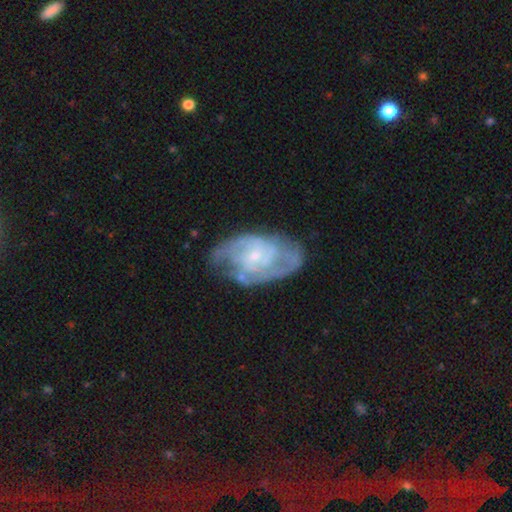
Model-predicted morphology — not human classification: smooth-or-featured: featured or disk: 82% | smooth: 12% | star or artifact: 5%
  disk-edge-on: no: 96% | yes: 4%
    bar: no: 59% | weak: 35% | strong: 6%
    has-spiral-arms: yes: 89% | no: 11%
      spiral-winding: tight: 45% | medium: 42% | loose: 13%
      spiral-arm-count: 2: 47% | can't tell: 30% | 3: 12% | 4: 4% | 1: 4% | more than 4: 3%
    bulge-size: small: 71% | moderate: 23% | none: 4% | large: 2% | dominant: 1%
  merging: none: 61% | minor disturbance: 24% | major disturbance: 12% | merger: 3%